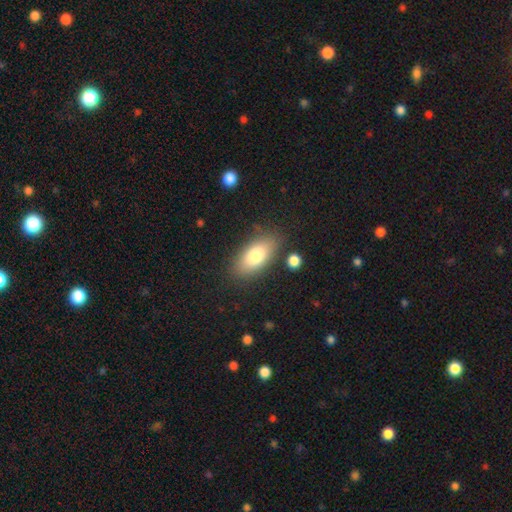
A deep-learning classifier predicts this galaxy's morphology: This is likely a smooth galaxy (79%). How rounded: clearly in between (89%). Merging: clearly none (80%).